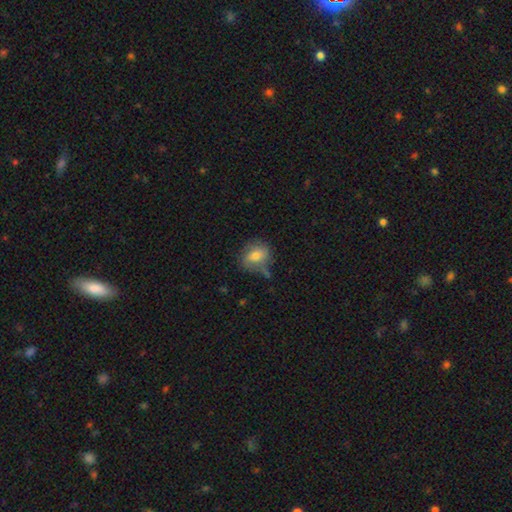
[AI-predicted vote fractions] Smooth or featured? smooth (64%)
How rounded? round (51%)
Merging? none (54%)